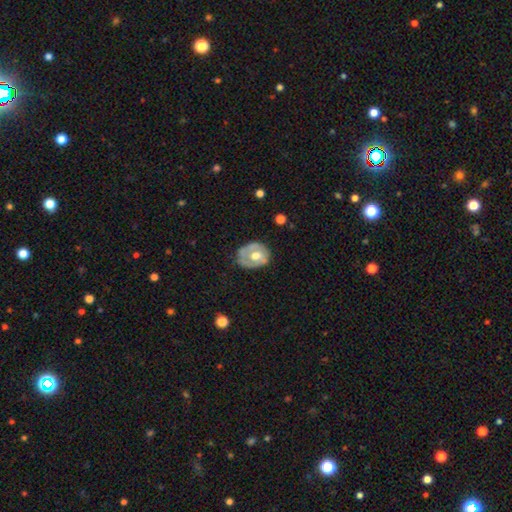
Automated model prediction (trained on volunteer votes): The model was most divided on "smooth or featured": featured or disk: 53%, smooth: 41%, star or artifact: 6%. More confident: edge-on disk — no (95%); bar — no (74%); bulge size — moderate (72%); spiral arms — no (64%); merging — none (58%).